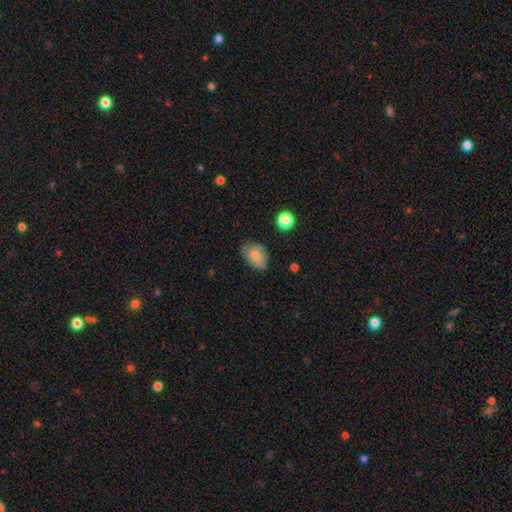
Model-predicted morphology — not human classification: This appears to be a smooth galaxy with no disk features (77%) that is in between round and cigar-shaped (83%). Merging: none (59%).